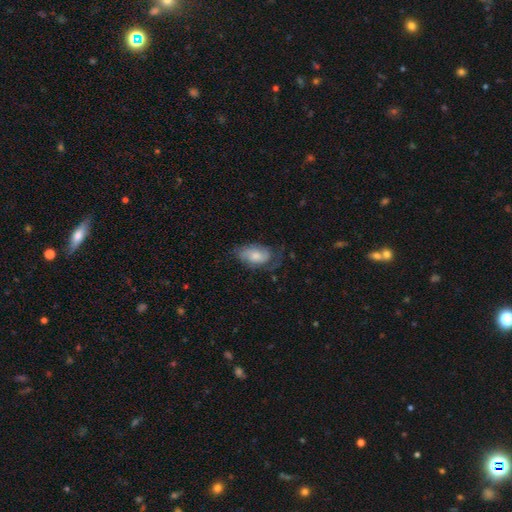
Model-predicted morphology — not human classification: Smooth or featured?
  - featured or disk: 56% *
  - smooth: 37%
  - star or artifact: 7%
Edge-on disk?
  - no: 95% *
  - yes: 5%
Bar?
  - no: 69% *
  - weak: 27%
  - strong: 5%
Spiral arms?
  - yes: 86% *
  - no: 14%
Bulge size?
  - moderate: 50% *
  - small: 31%
  - large: 11%
  - none: 6%
  - dominant: 2%
Merging?
  - none: 53% *
  - minor disturbance: 27%
  - major disturbance: 18%
  - merger: 2%